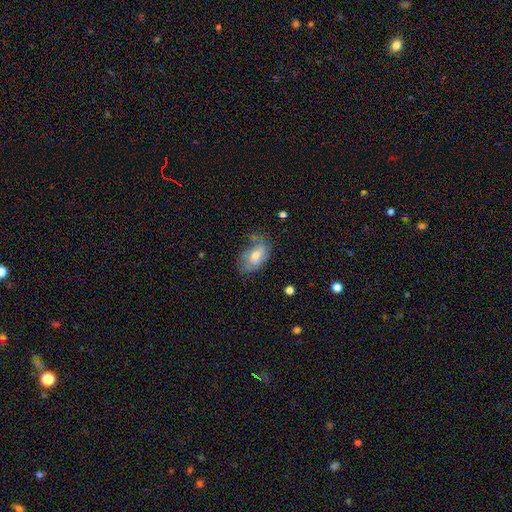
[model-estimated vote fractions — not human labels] A smooth galaxy with no disk features (59%) that is in between round and cigar-shaped (90%).

Vote fractions:
- Smooth or featured? smooth: 59% / featured or disk: 33% / star or artifact: 8%
- How rounded? in between: 90% / round: 7% / cigar-shaped: 2%
- Merging? none: 46% / minor disturbance: 34% / major disturbance: 17% / merger: 3%